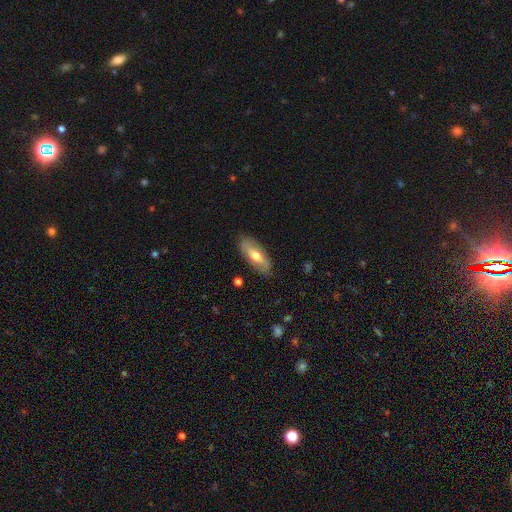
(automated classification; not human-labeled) Smooth or featured?
  - smooth: 52% *
  - featured or disk: 42%
  - star or artifact: 6%
How rounded?
  - in between: 77% *
  - cigar-shaped: 20%
  - round: 3%
Merging?
  - none: 84% *
  - minor disturbance: 12%
  - major disturbance: 3%
  - merger: 1%